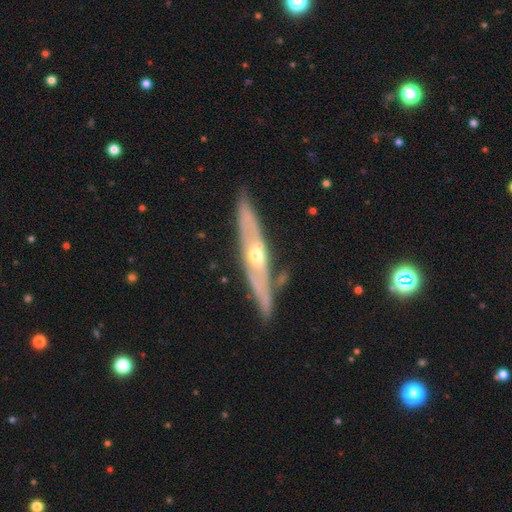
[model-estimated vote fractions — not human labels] featured or disk 79%, smooth 16%, star or artifact 5%. Down the decision tree: edge-on disk — yes (70%); edge-on bulge — rounded (82%); merging — none (81%).